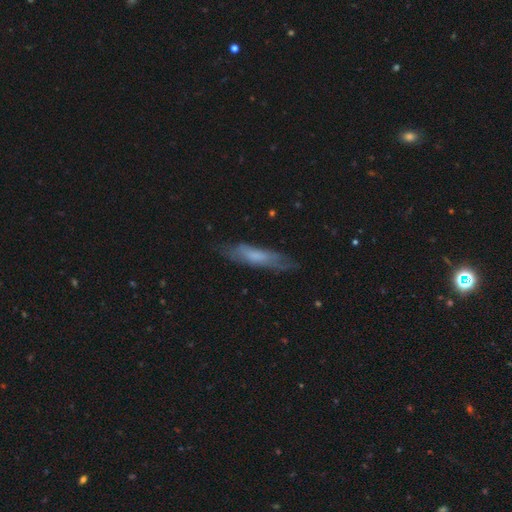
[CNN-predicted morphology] smooth 52%, featured or disk 41%, star or artifact 7%. Down the decision tree: how rounded — cigar-shaped (76%); merging — none (70%).